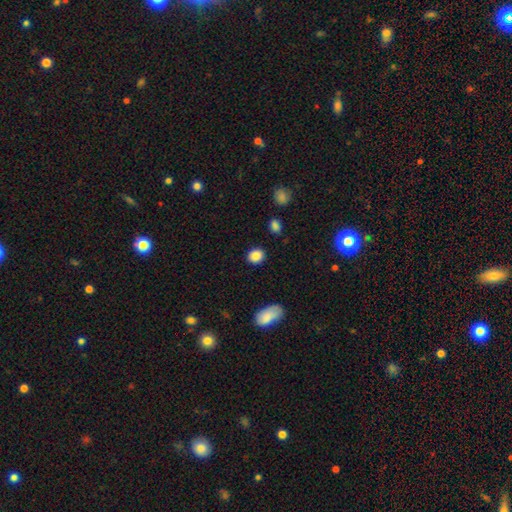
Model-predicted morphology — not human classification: Smooth or featured? Predicted: smooth (p=0.87). How rounded? Predicted: round (p=0.70). Merging? Predicted: none (p=0.88).